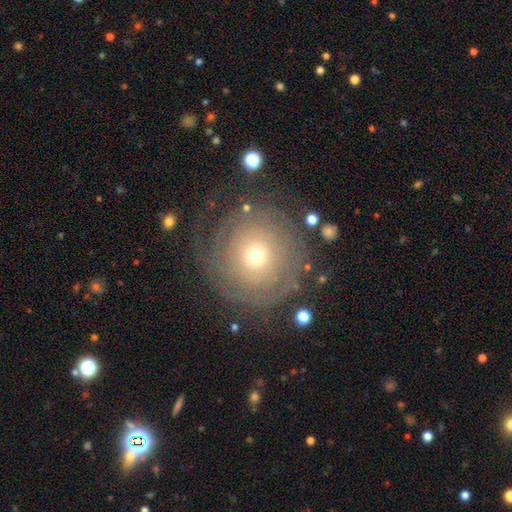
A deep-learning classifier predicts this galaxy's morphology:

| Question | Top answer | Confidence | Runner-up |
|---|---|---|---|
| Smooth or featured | featured or disk | 57% | smooth (33%) |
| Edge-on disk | no | 97% | yes (3%) |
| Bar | no | 87% | weak (10%) |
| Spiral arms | yes | 71% | no (29%) |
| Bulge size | moderate | 47% | small (46%) |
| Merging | none | 76% | minor disturbance (13%) |